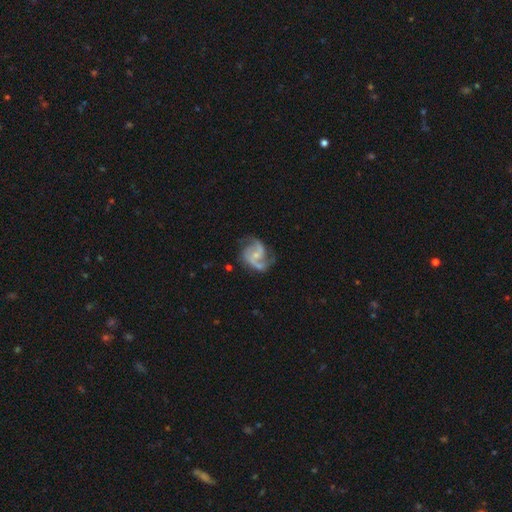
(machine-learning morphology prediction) type=featured or disk (87%); edge-on=no (98%); bar=no (51%); spiral arms=yes (96%); winding=medium (54%); arm count=2 (84%); bulge=small (62%); merging=none (65%).